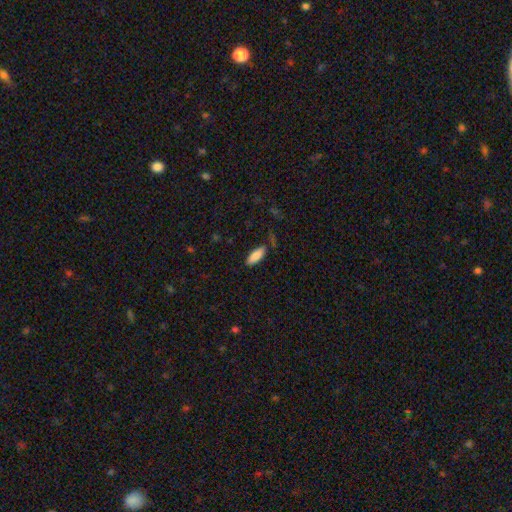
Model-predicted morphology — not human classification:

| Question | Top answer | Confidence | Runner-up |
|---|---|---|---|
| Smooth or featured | smooth | 85% | featured or disk (8%) |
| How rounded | in between | 68% | cigar-shaped (30%) |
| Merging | none | 79% | minor disturbance (15%) |